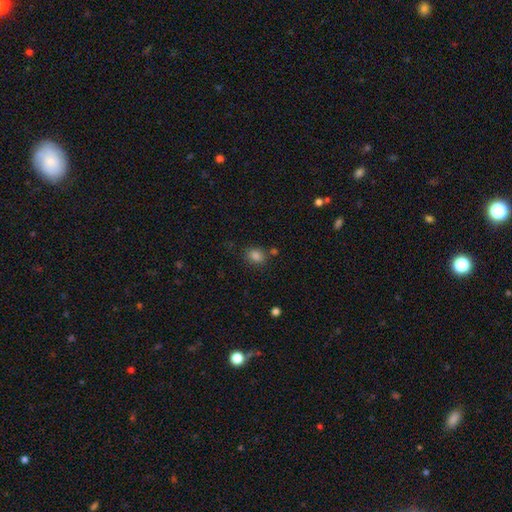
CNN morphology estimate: The model was most divided on "how rounded": in between: 50%, round: 49%, cigar-shaped: 1%. More confident: smooth or featured — smooth (84%); merging — none (74%).